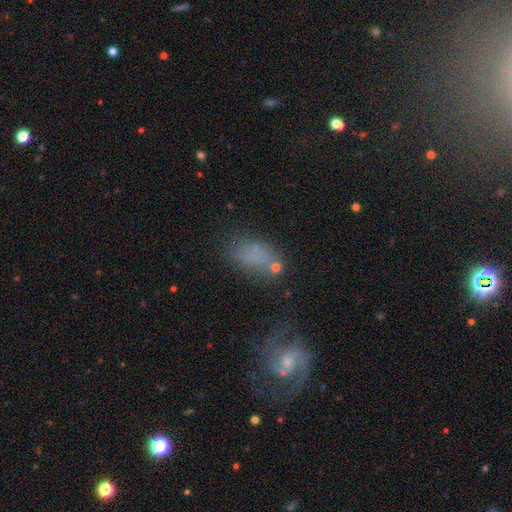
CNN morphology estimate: The model was most divided on "merging": none: 51%, minor disturbance: 22%, major disturbance: 15%, merger: 11%. More confident: how rounded — in between (87%); smooth or featured — smooth (62%).